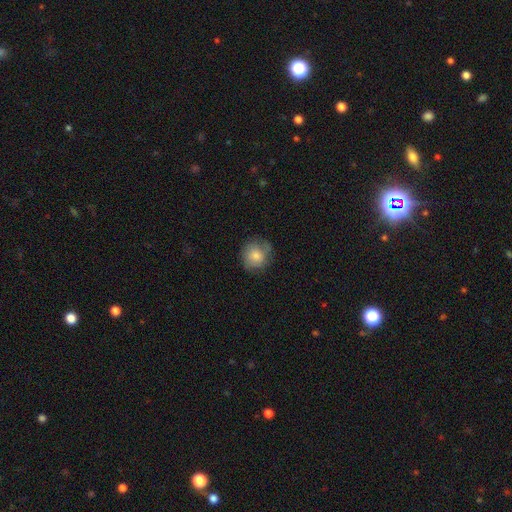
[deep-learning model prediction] Smooth or featured? Predicted: smooth (p=0.78). How rounded? Predicted: round (p=0.86). Merging? Predicted: none (p=0.68).